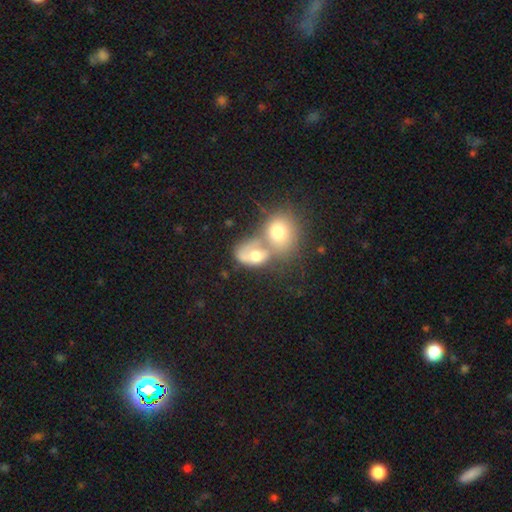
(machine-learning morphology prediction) A smooth galaxy with no disk features (57%) that is in between round and cigar-shaped (66%). Merging: merger (66%).